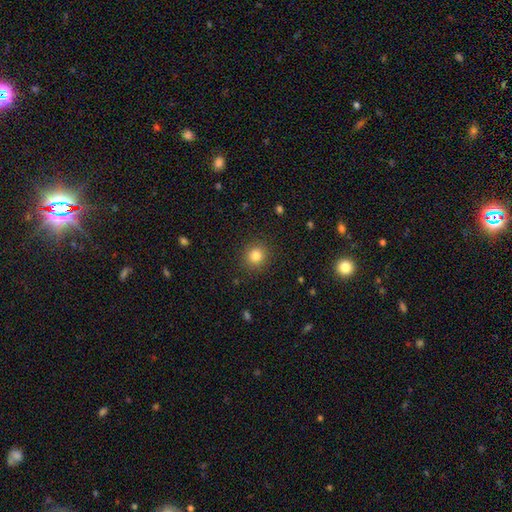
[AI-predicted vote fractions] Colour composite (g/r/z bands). It shows a smooth galaxy with no disk features (83%) that is round (89%). Merging: none (89%).